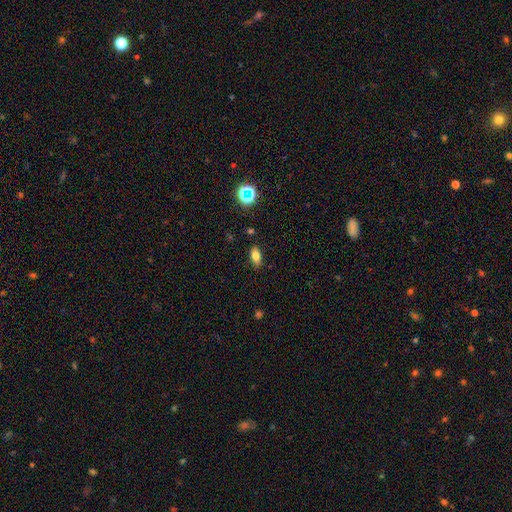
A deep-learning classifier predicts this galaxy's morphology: A smooth galaxy with no disk features (77%) that is in between round and cigar-shaped (86%). Merging: none (86%).